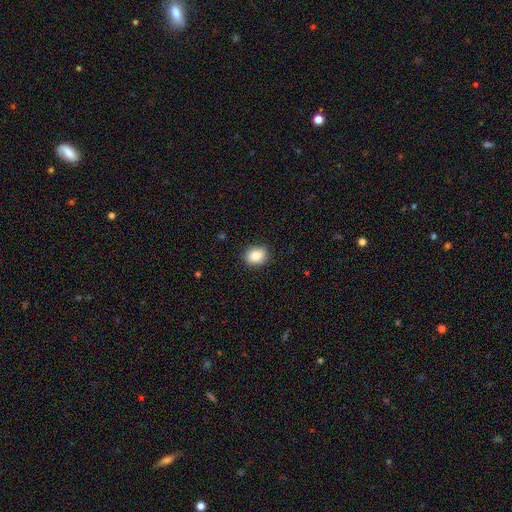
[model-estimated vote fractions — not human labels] Q: Smooth or featured?
A: smooth (85%); runner-up: star or artifact (9%)
Q: How rounded?
A: round (51%); runner-up: in between (48%)
Q: Merging?
A: none (89%); runner-up: minor disturbance (8%)